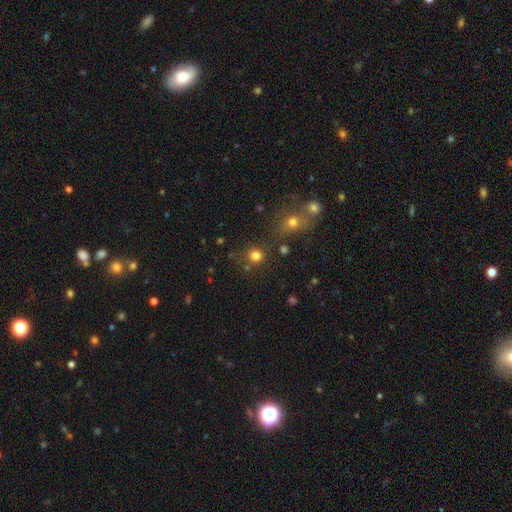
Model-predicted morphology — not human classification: Q: Smooth or featured?
A: smooth (78%); runner-up: star or artifact (16%)
Q: How rounded?
A: round (90%); runner-up: in between (9%)
Q: Merging?
A: none (75%); runner-up: merger (11%)